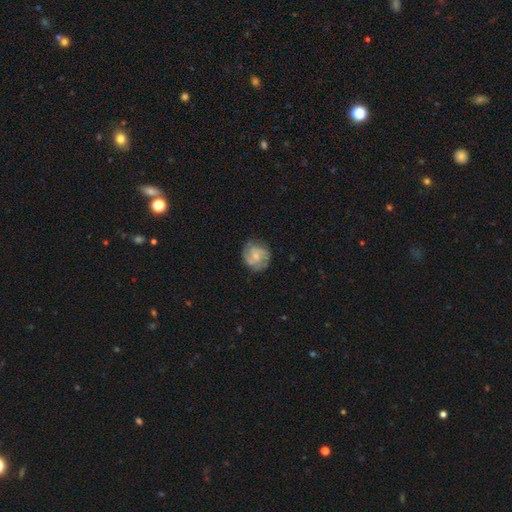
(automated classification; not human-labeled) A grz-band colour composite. It shows a featured or disk galaxy (64%) with no bar (63%), 2 (36%) medium (44%) spiral arms (86%) and a small central bulge (53%). Merging: none (71%).